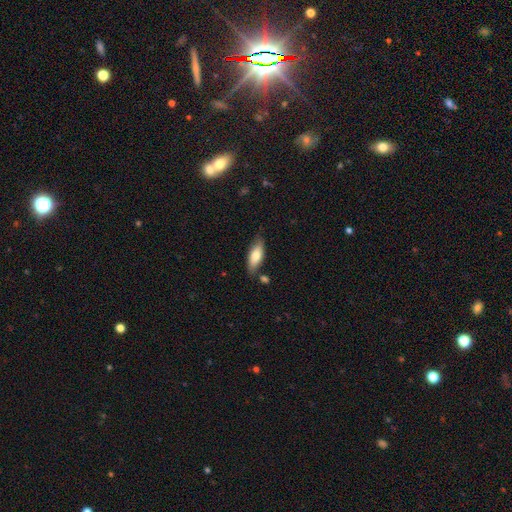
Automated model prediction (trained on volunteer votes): A smooth galaxy with no disk features (74%) that is in between round and cigar-shaped (71%). Merging: none (76%).